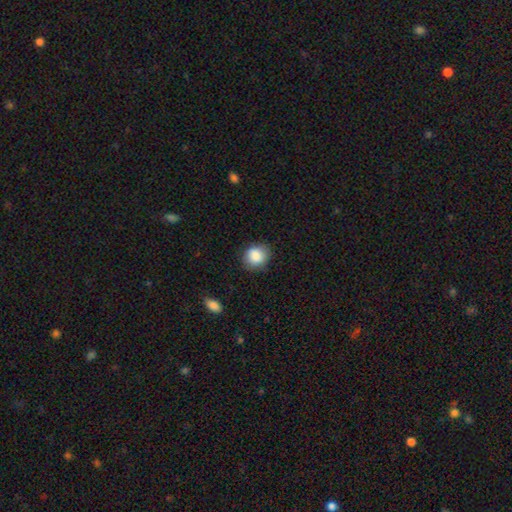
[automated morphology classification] Q: Smooth or featured?
A: smooth (87%); runner-up: star or artifact (8%)
Q: How rounded?
A: round (79%); runner-up: in between (20%)
Q: Merging?
A: none (81%); runner-up: minor disturbance (14%)